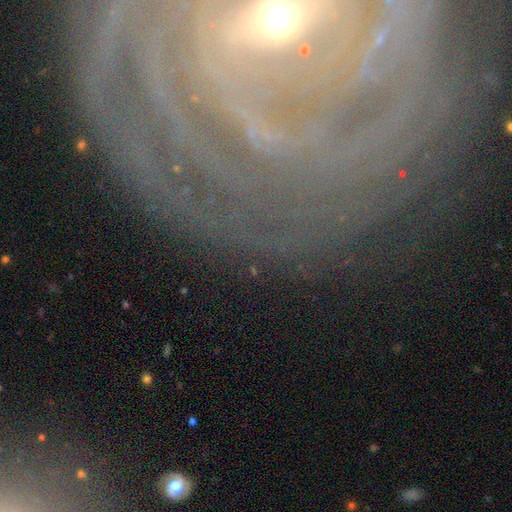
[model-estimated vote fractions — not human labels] smooth-or-featured: featured or disk: 76% | star or artifact: 13% | smooth: 11%
  disk-edge-on: no: 93% | yes: 7%
    bar: strong: 40% | no: 31% | weak: 28%
    has-spiral-arms: yes: 90% | no: 10%
      spiral-winding: tight: 81% | medium: 14% | loose: 5%
      spiral-arm-count: can't tell: 28% | 3: 16% | more than 4: 15% | 4: 15% | 2: 15% | 1: 10%
    bulge-size: small: 54% | moderate: 35% | large: 6% | none: 3% | dominant: 2%
  merging: none: 79% | minor disturbance: 12% | major disturbance: 7% | merger: 2%